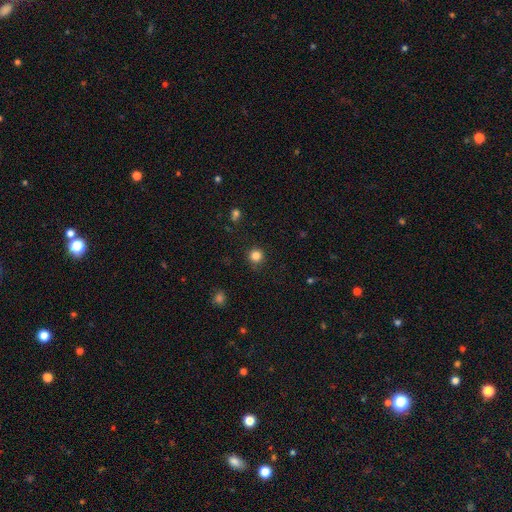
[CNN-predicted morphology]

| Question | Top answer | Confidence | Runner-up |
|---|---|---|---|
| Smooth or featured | smooth | 83% | star or artifact (13%) |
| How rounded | round | 95% | in between (4%) |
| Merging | none | 88% | minor disturbance (8%) |